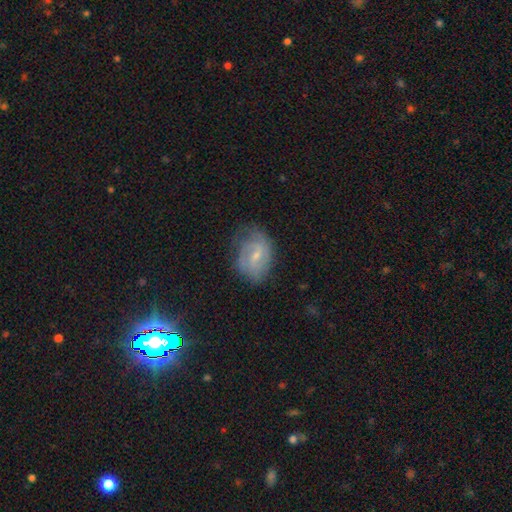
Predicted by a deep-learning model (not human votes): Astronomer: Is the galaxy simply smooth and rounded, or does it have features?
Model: featured or disk — 61%.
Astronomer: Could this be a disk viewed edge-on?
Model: no — 96%.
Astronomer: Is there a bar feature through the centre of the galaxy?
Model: weak — 56%.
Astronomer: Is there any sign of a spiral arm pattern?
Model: yes — 80%.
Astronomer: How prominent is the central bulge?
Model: small — 62%.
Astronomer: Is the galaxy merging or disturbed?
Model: none — 57%.